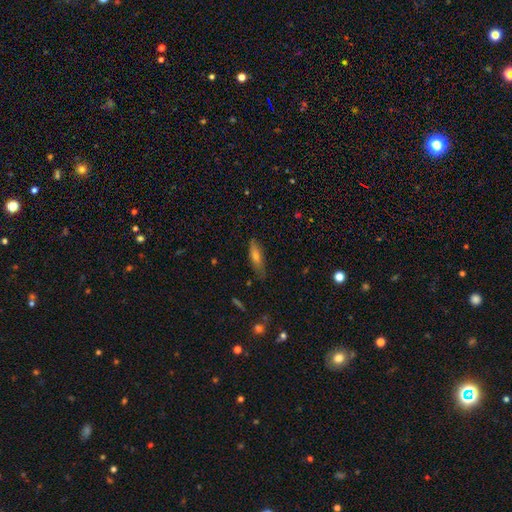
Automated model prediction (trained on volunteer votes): smooth 56%, featured or disk 33%, star or artifact 11%. Down the decision tree: how rounded — cigar-shaped (68%); merging — none (80%).